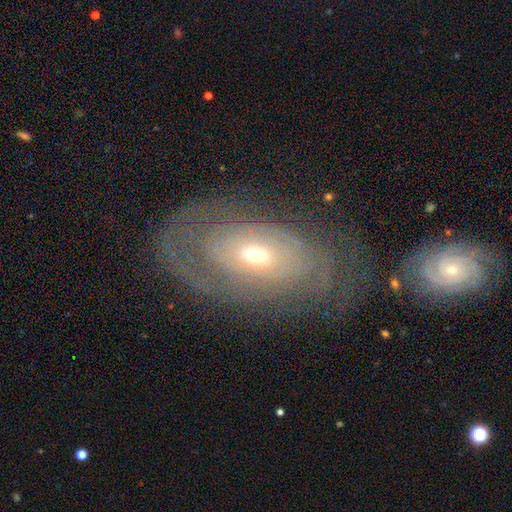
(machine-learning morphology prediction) A featured or disk galaxy (74%) with no bar (73%), tight (73%) spiral arms (76%) and a small central bulge (48%).

Vote fractions:
- Smooth or featured? featured or disk: 74% / smooth: 18% / star or artifact: 7%
- Edge-on disk? no: 93% / yes: 7%
- Bar? no: 73% / weak: 21% / strong: 6%
- Spiral arms? yes: 76% / no: 24%
- Spiral winding? tight: 73% / medium: 19% / loose: 8%
- Spiral arm count? can't tell: 55% / 2: 20% / 1: 8% / 3: 8% / 4: 5% / more than 4: 4%
- Bulge size? small: 48% / moderate: 47% / large: 3% / dominant: 1% / none: 1%
- Merging? none: 63% / minor disturbance: 19% / major disturbance: 14% / merger: 4%